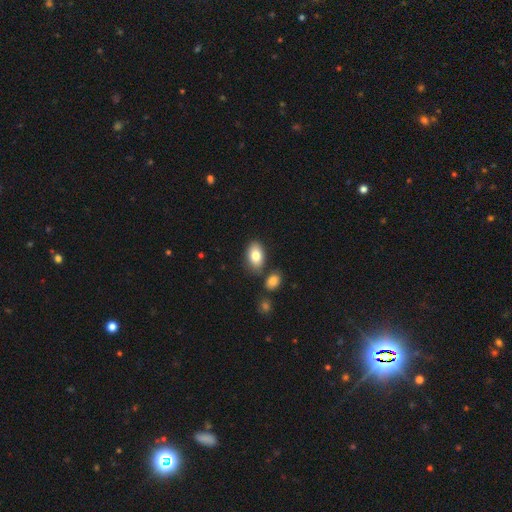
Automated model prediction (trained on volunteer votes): This is clearly a smooth galaxy (81%). How rounded: clearly in between (91%). Merging: likely none (77%).